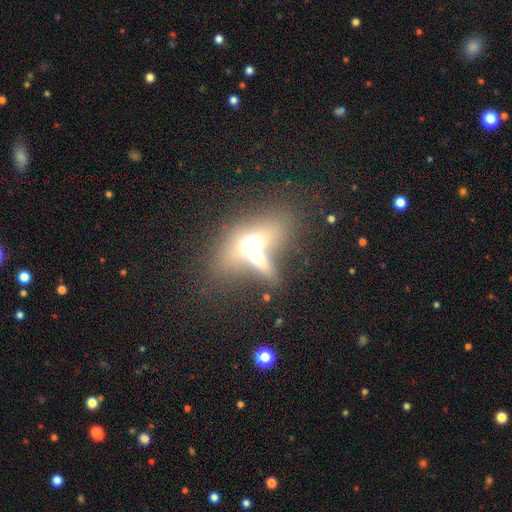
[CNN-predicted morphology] smooth-or-featured: smooth: 49% | featured or disk: 37% | star or artifact: 13%
  merging: merger: 63% | none: 21% | major disturbance: 8% | minor disturbance: 7%